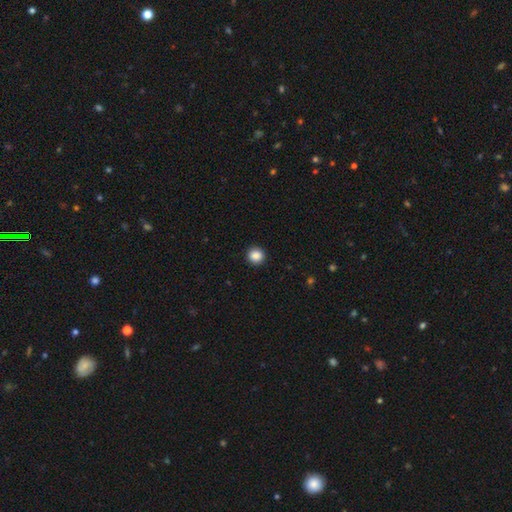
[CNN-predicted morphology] type=smooth (87%); roundness=round (94%); merging=none (93%).